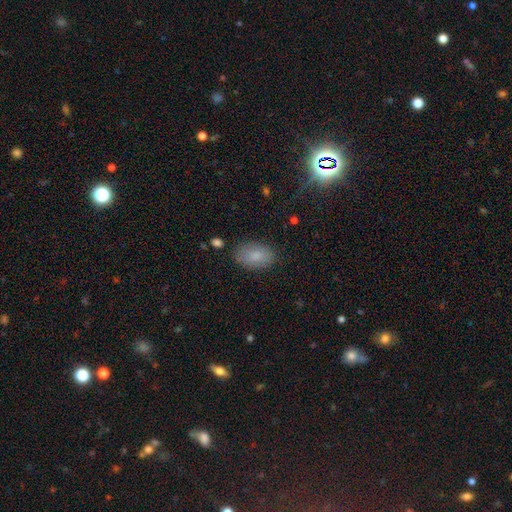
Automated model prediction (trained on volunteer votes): Smooth or featured?
  - smooth: 83% *
  - star or artifact: 9%
  - featured or disk: 8%
How rounded?
  - in between: 91% *
  - round: 7%
  - cigar-shaped: 2%
Merging?
  - none: 83% *
  - minor disturbance: 12%
  - major disturbance: 3%
  - merger: 1%